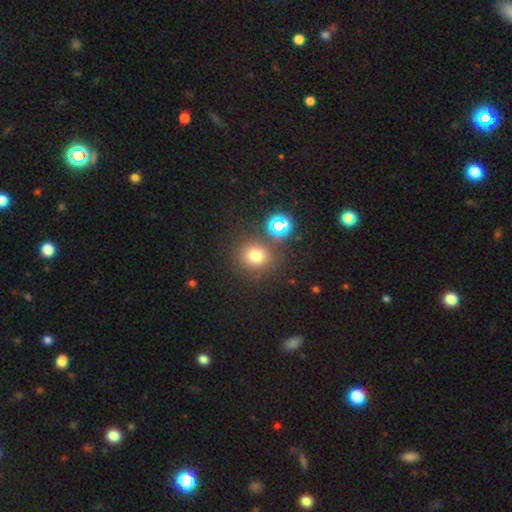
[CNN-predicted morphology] smooth 71%, star or artifact 22%, featured or disk 7%. Down the decision tree: how rounded — round (85%); merging — none (80%).